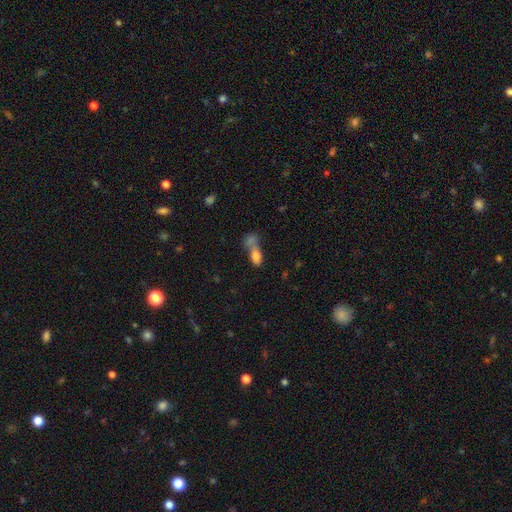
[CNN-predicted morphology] The model was most divided on "merging": merger: 59%, none: 25%, minor disturbance: 9%, major disturbance: 7%. More confident: how rounded — in between (84%); smooth or featured — smooth (78%).